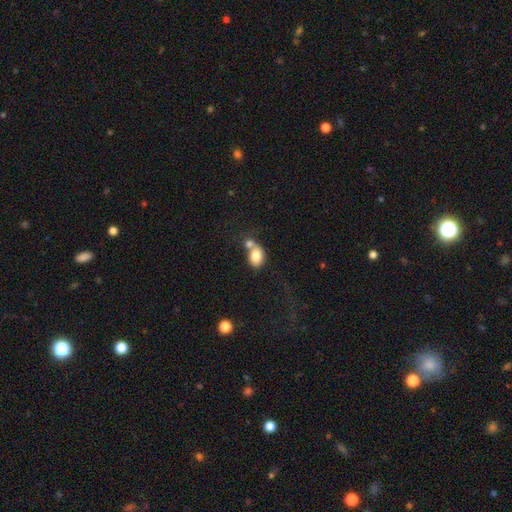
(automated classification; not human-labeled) This appears to be a smooth galaxy with no disk features (79%) that is in between round and cigar-shaped (66%). Merging: merger (52%).